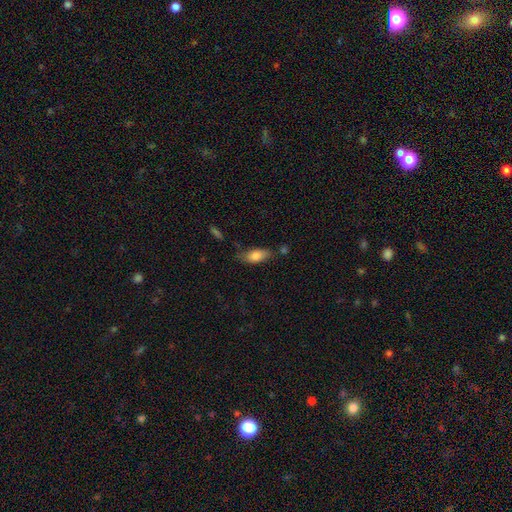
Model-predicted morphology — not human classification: Smooth or featured?
  - smooth: 79% *
  - featured or disk: 14%
  - star or artifact: 7%
How rounded?
  - in between: 86% *
  - cigar-shaped: 11%
  - round: 3%
Merging?
  - none: 61% *
  - minor disturbance: 25%
  - merger: 7%
  - major disturbance: 7%